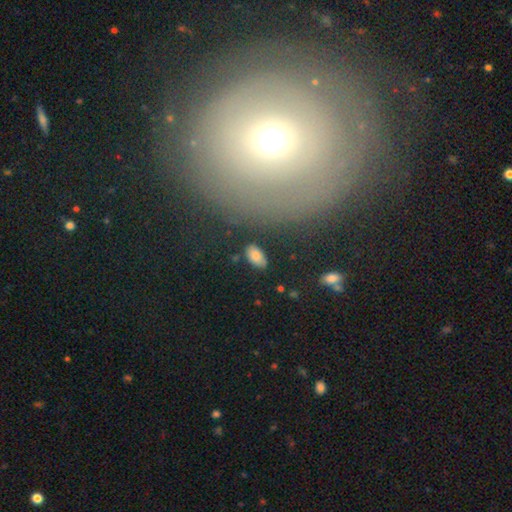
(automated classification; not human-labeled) Q: Smooth or featured?
A: smooth (81%); runner-up: featured or disk (10%)
Q: How rounded?
A: in between (94%); runner-up: round (4%)
Q: Merging?
A: none (80%); runner-up: minor disturbance (13%)